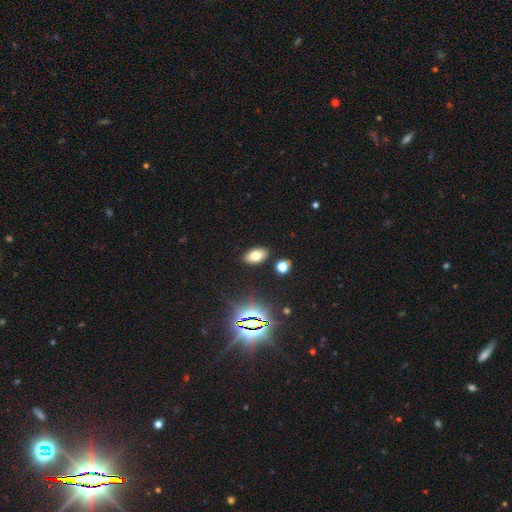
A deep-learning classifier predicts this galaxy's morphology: smooth 69%, star or artifact 17%, featured or disk 14%. Down the decision tree: how rounded — in between (91%); merging — none (87%).